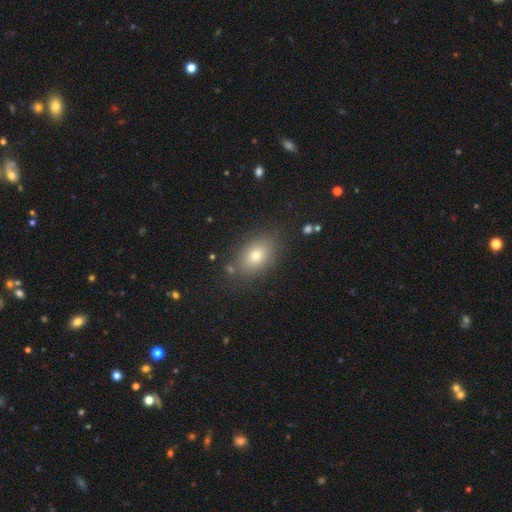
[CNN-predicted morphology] A smooth galaxy with no disk features (74%) that is in between round and cigar-shaped (78%).

Vote fractions:
- Smooth or featured? smooth: 74% / featured or disk: 13% / star or artifact: 13%
- How rounded? in between: 78% / round: 20% / cigar-shaped: 2%
- Merging? none: 82% / minor disturbance: 11% / major disturbance: 4% / merger: 3%